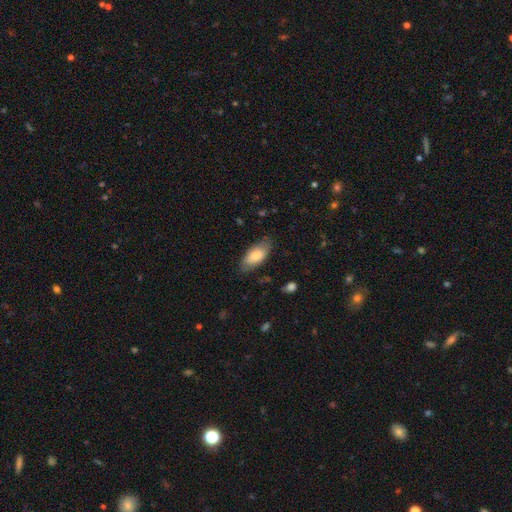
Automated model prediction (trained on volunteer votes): This is likely a smooth galaxy (78%). How rounded: clearly in between (89%). Merging: likely none (77%).